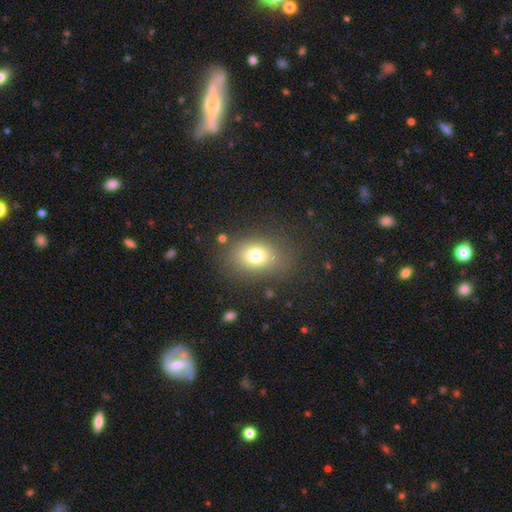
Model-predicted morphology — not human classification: This appears to be a smooth galaxy with no disk features (75%) that is in between round and cigar-shaped (69%). Merging: none (79%).